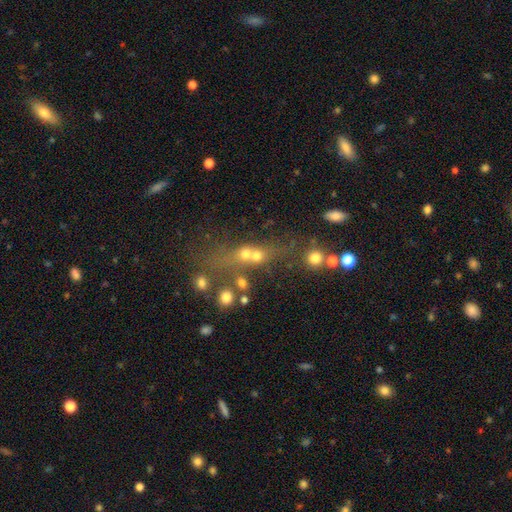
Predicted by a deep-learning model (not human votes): Smooth or featured? Predicted: smooth (p=0.50). How rounded? Predicted: round (p=0.48). Merging? Predicted: merger (p=0.47).